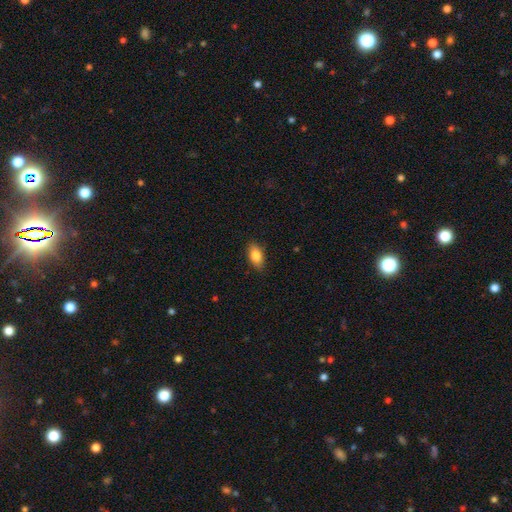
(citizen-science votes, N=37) Overall: smooth (86%). How rounded: in between (100%). Merging: none (86%).